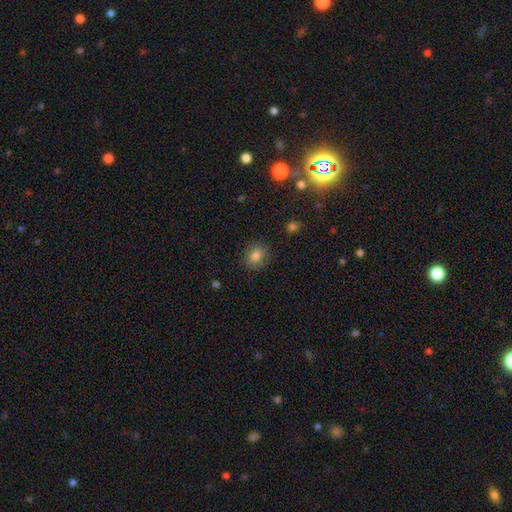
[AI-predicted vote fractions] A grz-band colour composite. It shows a smooth galaxy with no disk features (79%) that is round (60%). Merging: none (84%).